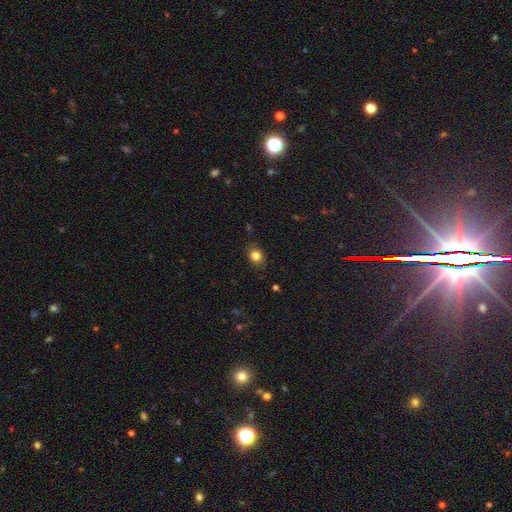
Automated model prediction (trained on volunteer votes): Overall: smooth (82%). How rounded: in between (53%; round 46%). Merging: none (82%).